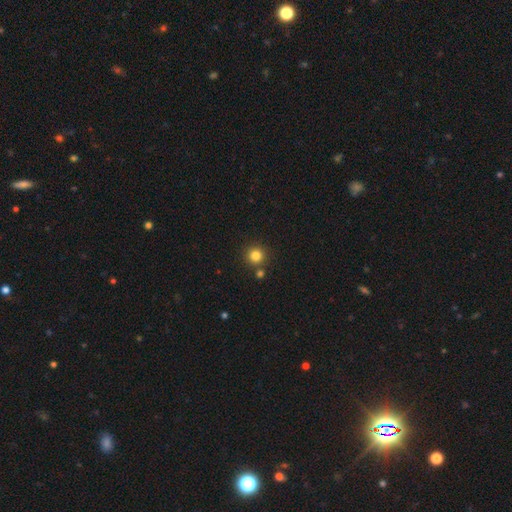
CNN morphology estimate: Overall: smooth (82%). How rounded: round (94%). Merging: none (81%).